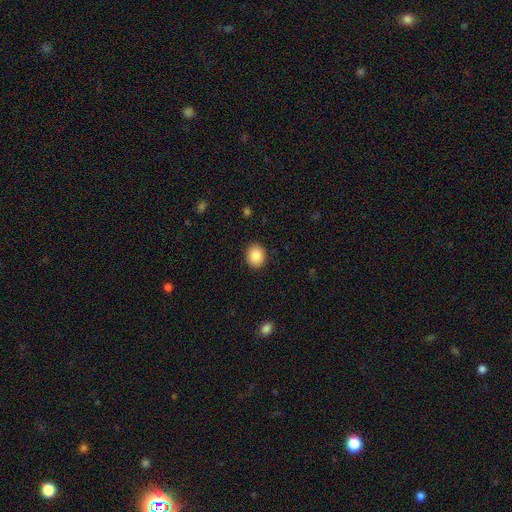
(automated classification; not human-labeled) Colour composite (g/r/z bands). It shows a smooth galaxy with no disk features (87%) that is round (63%). Merging: none (91%).